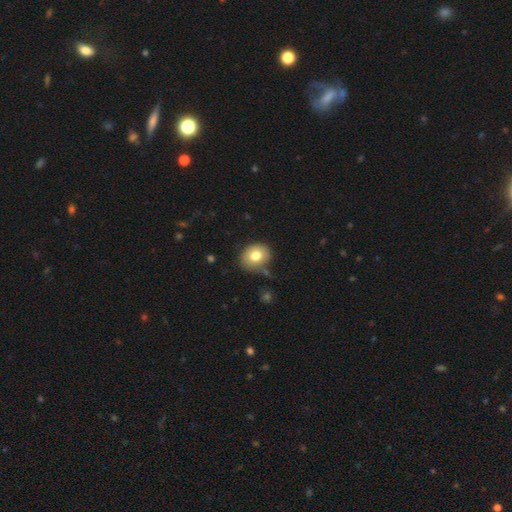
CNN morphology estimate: A smooth galaxy with no disk features (76%) that is round (58%). Merging: none (75%).